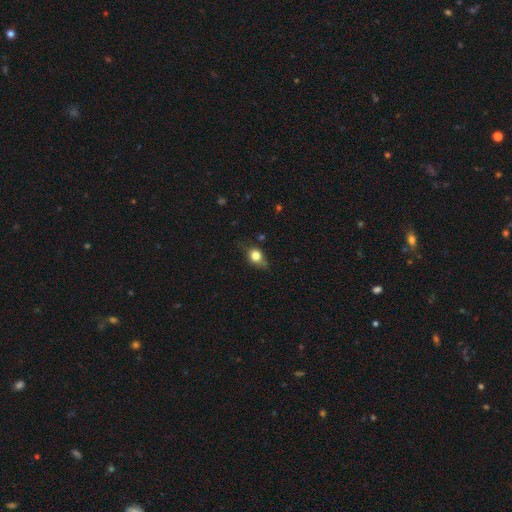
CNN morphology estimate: A smooth galaxy with no disk features (75%) that is in between round and cigar-shaped (51%).

Vote fractions:
- Smooth or featured? smooth: 75% / featured or disk: 16% / star or artifact: 10%
- How rounded? in between: 51% / round: 45% / cigar-shaped: 4%
- Merging? none: 61% / minor disturbance: 29% / major disturbance: 8% / merger: 2%